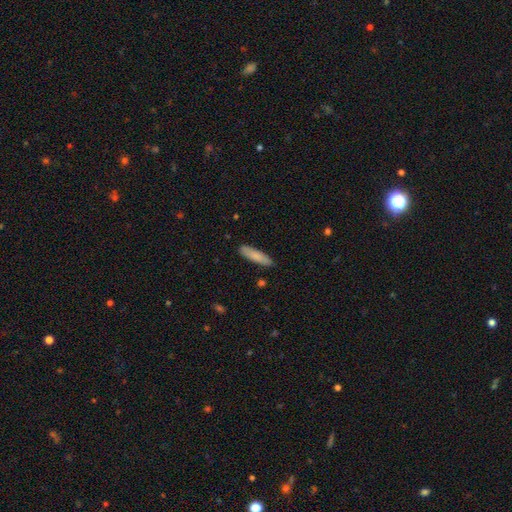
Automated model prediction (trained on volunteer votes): Overall: smooth (82%). How rounded: cigar-shaped (75%). Merging: none (87%).